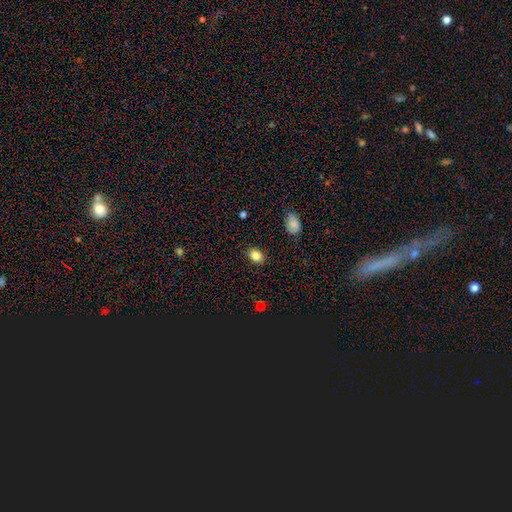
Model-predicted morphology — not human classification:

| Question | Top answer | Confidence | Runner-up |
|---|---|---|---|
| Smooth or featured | smooth | 85% | star or artifact (10%) |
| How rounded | in between | 74% | round (24%) |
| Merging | none | 86% | minor disturbance (10%) |